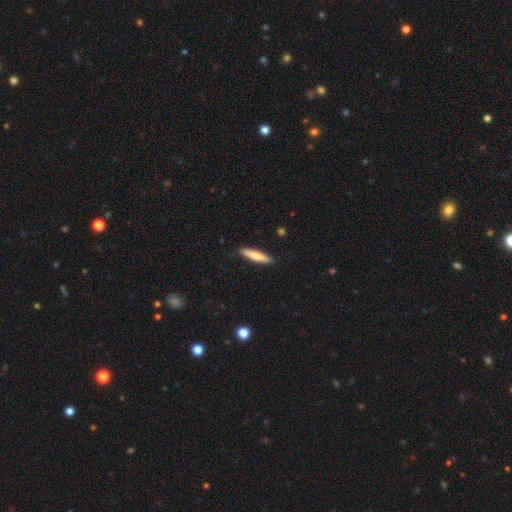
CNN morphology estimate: The model was most divided on "smooth or featured": smooth: 74%, featured or disk: 21%, star or artifact: 5%. More confident: merging — none (90%); how rounded — cigar-shaped (87%).